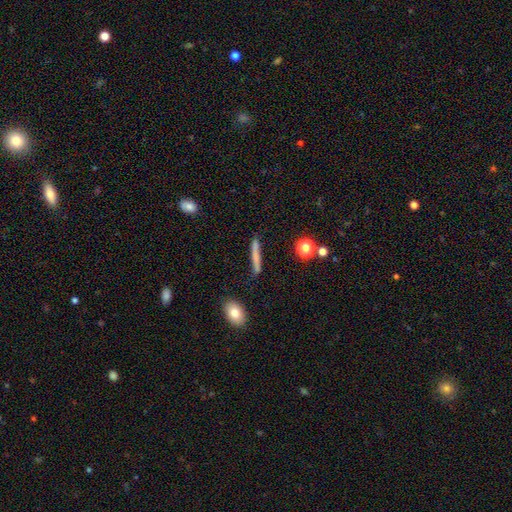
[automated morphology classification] Smooth or featured? Predicted: smooth (p=0.67). How rounded? Predicted: cigar-shaped (p=0.92). Merging? Predicted: none (p=0.85).